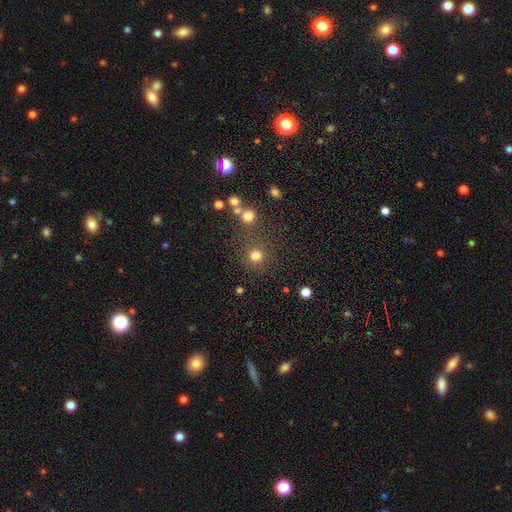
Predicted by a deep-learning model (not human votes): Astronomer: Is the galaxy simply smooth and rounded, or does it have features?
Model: smooth — 77%.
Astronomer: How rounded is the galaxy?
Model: round — 93%.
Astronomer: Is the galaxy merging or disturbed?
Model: none — 79%.